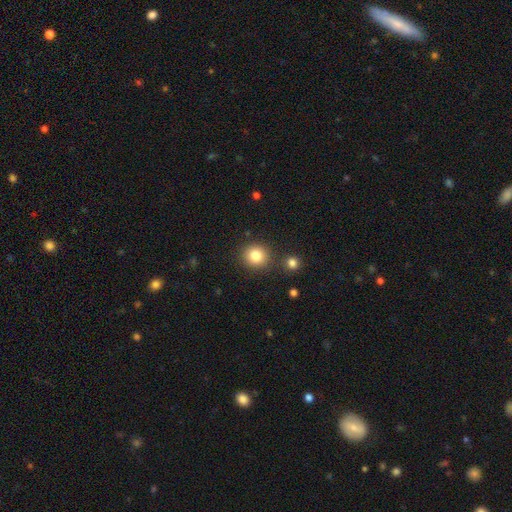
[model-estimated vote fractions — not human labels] Morphology: type=smooth (82%); roundness=round (86%); merging=none (84%).